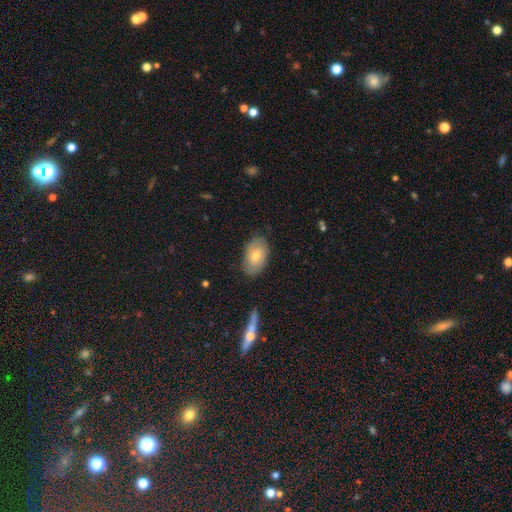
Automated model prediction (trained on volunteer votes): A smooth galaxy with no disk features (51%) that is in between round and cigar-shaped (92%).

Vote fractions:
- Smooth or featured? smooth: 51% / featured or disk: 39% / star or artifact: 10%
- How rounded? in between: 92% / round: 6% / cigar-shaped: 2%
- Merging? none: 80% / minor disturbance: 15% / major disturbance: 3% / merger: 1%